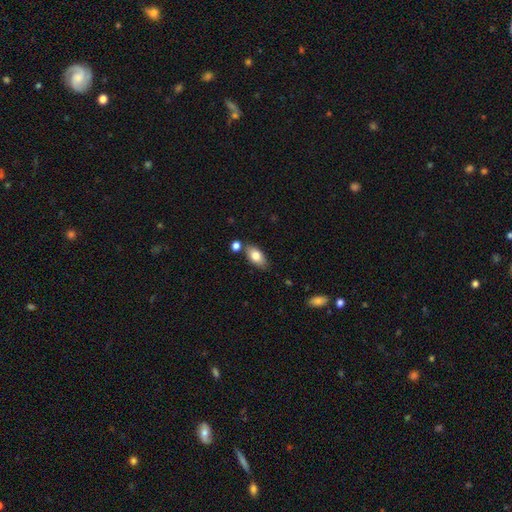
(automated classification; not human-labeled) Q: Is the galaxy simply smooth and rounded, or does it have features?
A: smooth — 79%.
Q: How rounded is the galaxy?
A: in between — 90%.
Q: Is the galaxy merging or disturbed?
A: none — 72%.